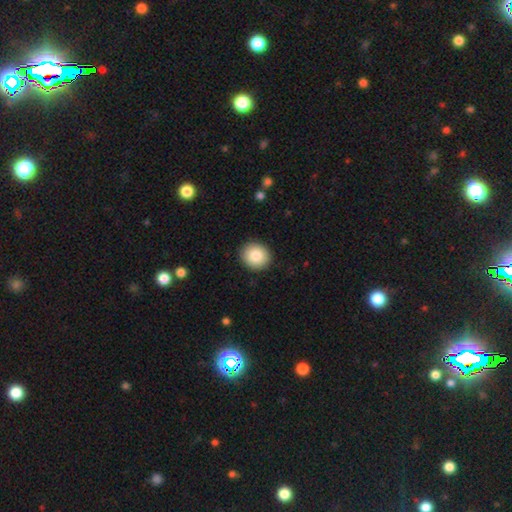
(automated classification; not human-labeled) smooth 86%, star or artifact 7%, featured or disk 6%. Down the decision tree: how rounded — round (81%); merging — none (91%).